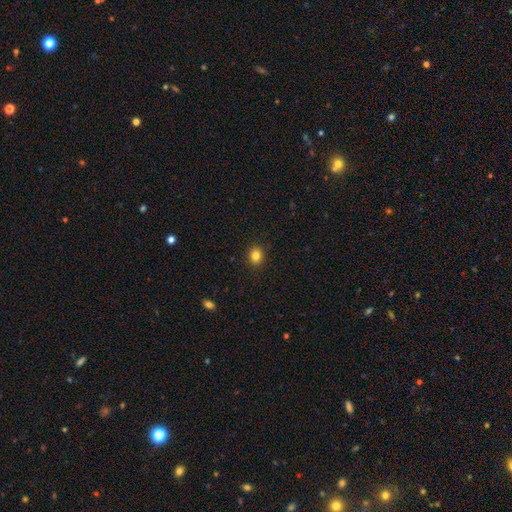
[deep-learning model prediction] Smooth or featured? smooth (83%)
How rounded? round (71%)
Merging? none (91%)